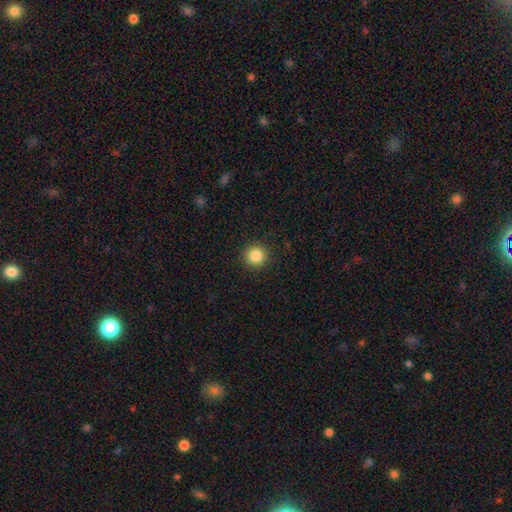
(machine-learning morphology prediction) Smooth or featured? Predicted: smooth (p=0.86). How rounded? Predicted: round (p=0.94). Merging? Predicted: none (p=0.91).